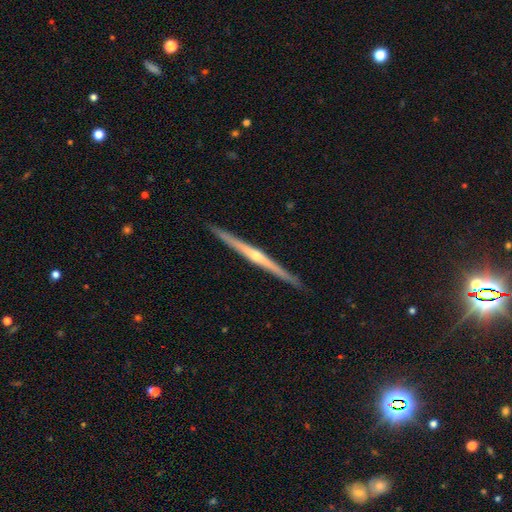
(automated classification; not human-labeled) smooth_or_featured: featured or disk (p=0.83) [alt: smooth p=0.12]
disk_edge_on: yes (p=0.98) [alt: no p=0.02]
edge_on_bulge: rounded (p=0.77) [alt: none p=0.18]
merging: none (p=0.92) [alt: minor disturbance p=0.05]